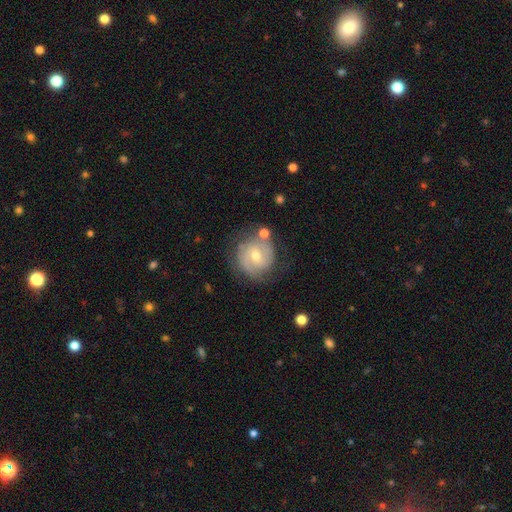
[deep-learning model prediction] featured or disk 69%, smooth 24%, star or artifact 7%. Down the decision tree: edge-on disk — no (97%); bar — weak (47%); spiral arms — yes (87%); spiral arm count — 2 (54%); spiral winding — tight (51%); bulge size — moderate (53%); merging — none (65%).